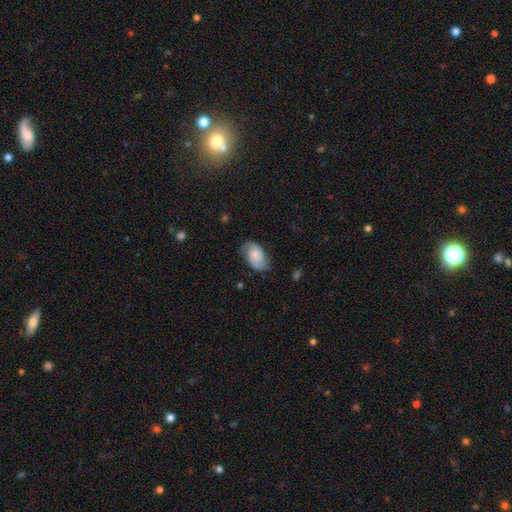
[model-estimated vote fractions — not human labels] A featured or disk galaxy (70%) with no bar (66%), 2 (89%) medium (46%) spiral arms (95%) and a small central bulge (40%). Merging: none (74%).